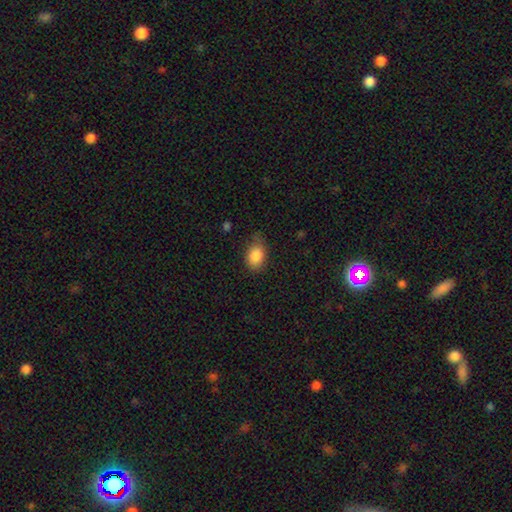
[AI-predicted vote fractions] A smooth galaxy with no disk features (86%) that is in between round and cigar-shaped (80%). Merging: none (62%).